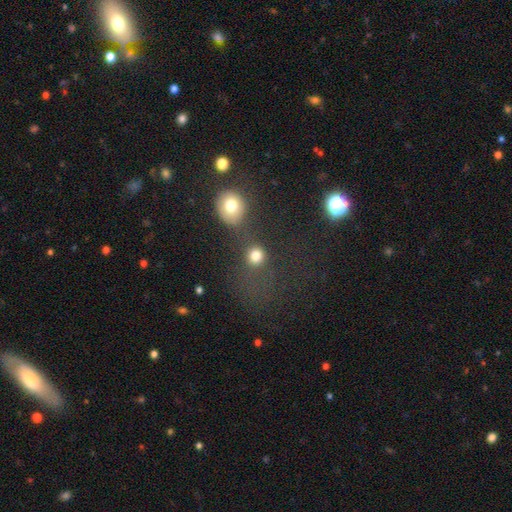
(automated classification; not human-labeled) The model was most divided on "merging": none: 59%, merger: 23%, minor disturbance: 10%, major disturbance: 8%. More confident: how rounded — round (85%); smooth or featured — smooth (80%).